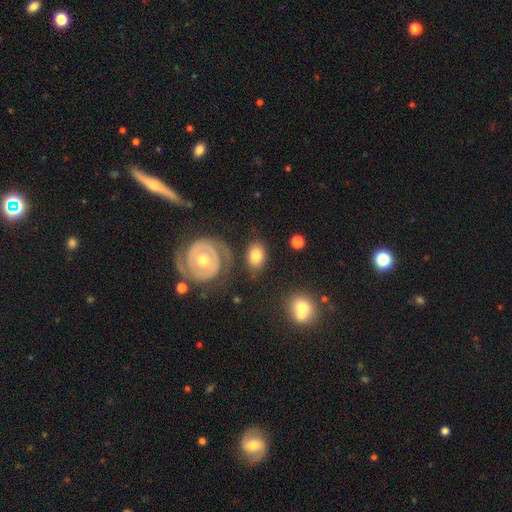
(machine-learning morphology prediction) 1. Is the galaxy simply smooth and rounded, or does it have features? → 73% smooth, 20% featured or disk, 7% star or artifact.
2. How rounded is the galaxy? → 74% in between, 24% round, 1% cigar-shaped.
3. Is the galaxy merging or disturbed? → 74% none, 14% minor disturbance, 6% merger, 6% major disturbance.